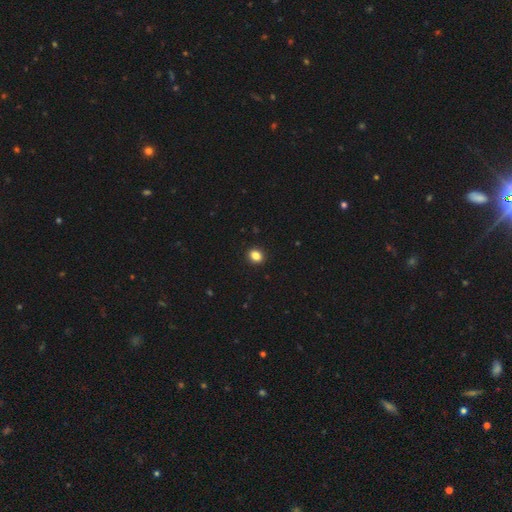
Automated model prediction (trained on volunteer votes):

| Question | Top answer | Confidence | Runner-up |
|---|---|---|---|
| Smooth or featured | smooth | 85% | star or artifact (10%) |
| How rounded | round | 56% | in between (43%) |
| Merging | none | 92% | minor disturbance (5%) |